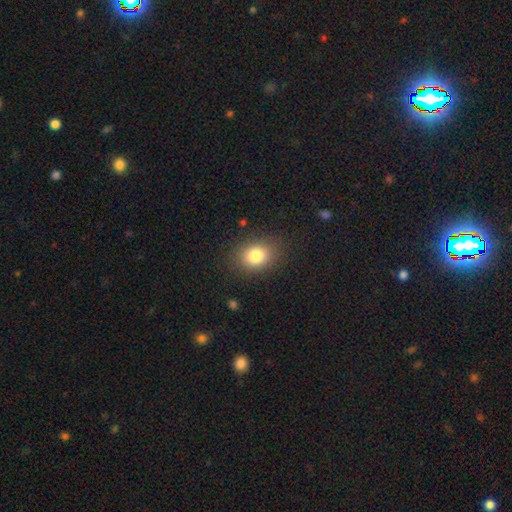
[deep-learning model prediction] Smooth or featured? smooth (82%)
How rounded? in between (58%)
Merging? none (84%)